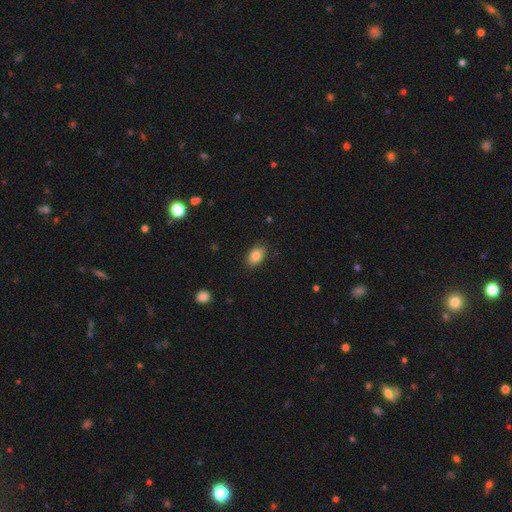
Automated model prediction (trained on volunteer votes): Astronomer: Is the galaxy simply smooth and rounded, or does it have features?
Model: smooth — 85%.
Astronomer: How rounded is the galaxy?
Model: in between — 85%.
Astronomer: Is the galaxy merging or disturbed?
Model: none — 85%.